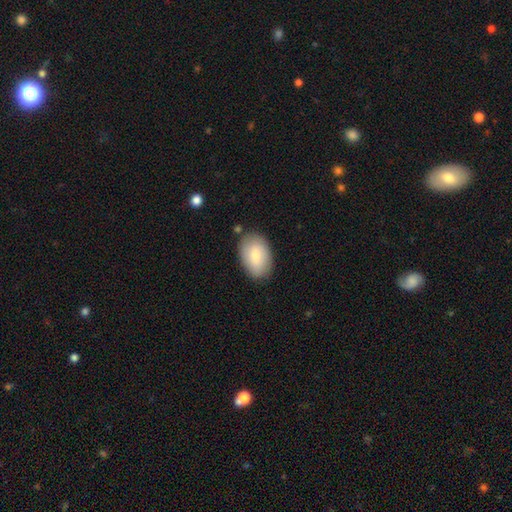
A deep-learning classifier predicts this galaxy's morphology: Smooth or featured? Predicted: smooth (p=0.78). How rounded? Predicted: in between (p=0.90). Merging? Predicted: none (p=0.82).